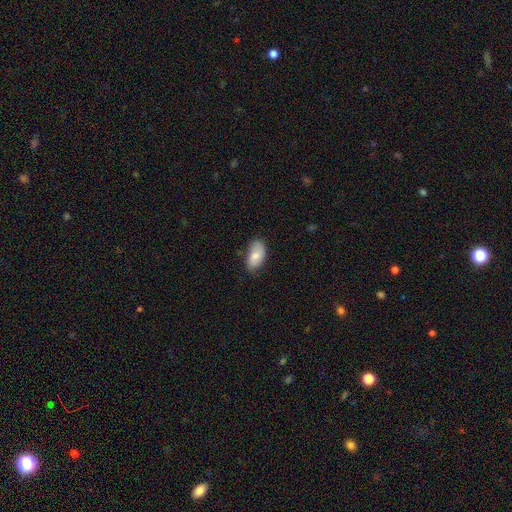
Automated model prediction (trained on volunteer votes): Smooth or featured?
  - smooth: 74% *
  - featured or disk: 20%
  - star or artifact: 7%
How rounded?
  - in between: 94% *
  - round: 4%
  - cigar-shaped: 2%
Merging?
  - none: 67% *
  - minor disturbance: 26%
  - major disturbance: 5%
  - merger: 2%